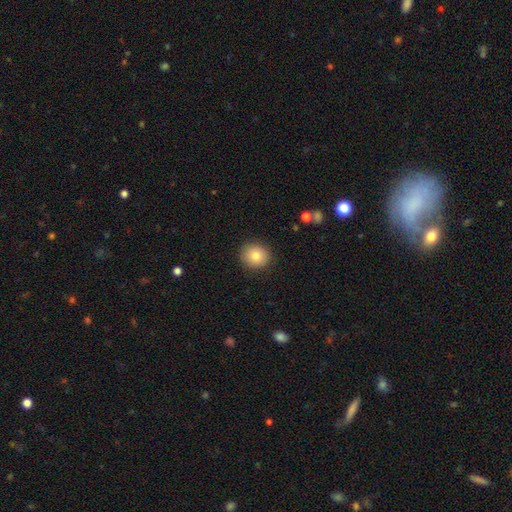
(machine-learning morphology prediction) smooth 82%, star or artifact 9%, featured or disk 8%. Down the decision tree: how rounded — round (84%); merging — none (90%).